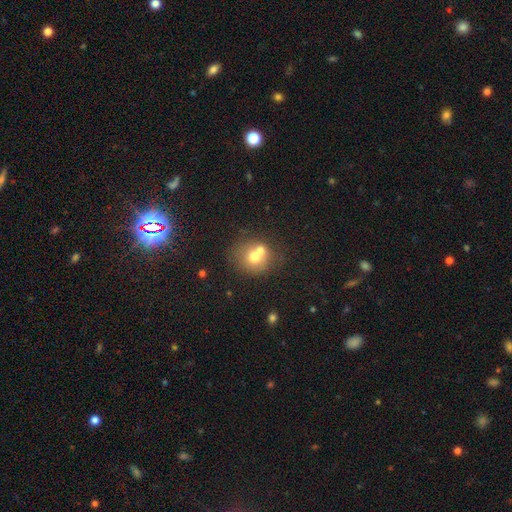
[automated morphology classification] The model was most divided on "merging": merger: 46%, none: 40%, minor disturbance: 10%, major disturbance: 4%. More confident: how rounded — round (79%); smooth or featured — smooth (65%).